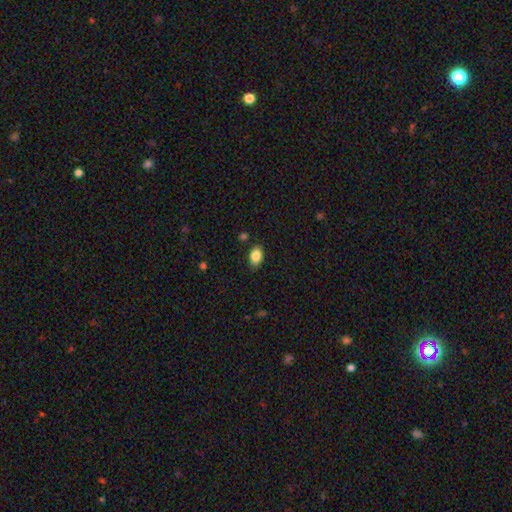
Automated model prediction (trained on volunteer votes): Morphology: type=smooth (86%); roundness=in between (86%); merging=none (85%).